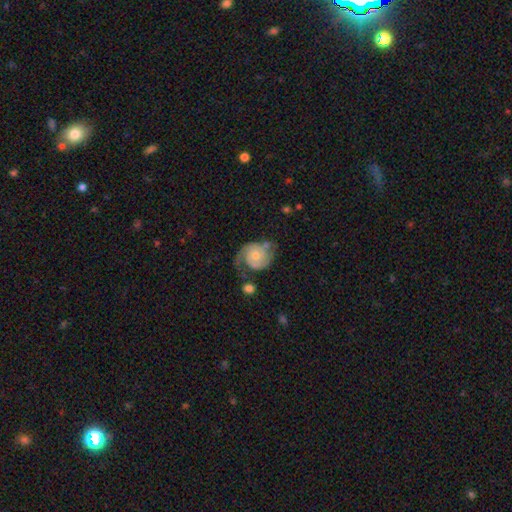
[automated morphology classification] The model was most divided on "spiral winding": tight: 40%, medium: 38%, loose: 22%. Remaining: edge-on disk — no (98%); spiral arms — yes (92%); bar — no (76%); smooth or featured — featured or disk (75%); spiral arm count — 2 (71%); merging — none (50%); bulge size — small (49%).